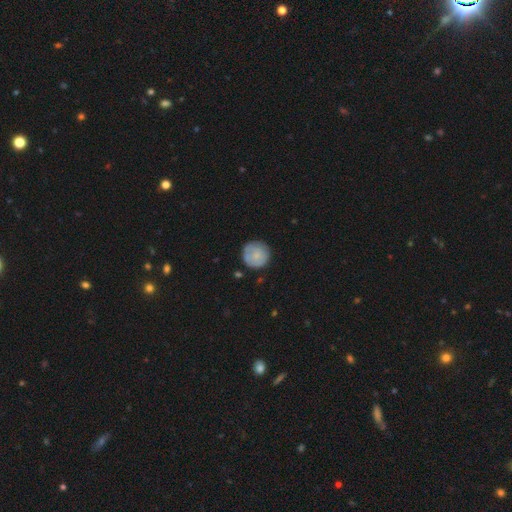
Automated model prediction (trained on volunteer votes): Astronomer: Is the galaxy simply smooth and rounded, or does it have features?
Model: smooth — 67%.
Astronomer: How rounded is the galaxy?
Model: round — 94%.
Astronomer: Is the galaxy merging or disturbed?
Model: none — 79%.